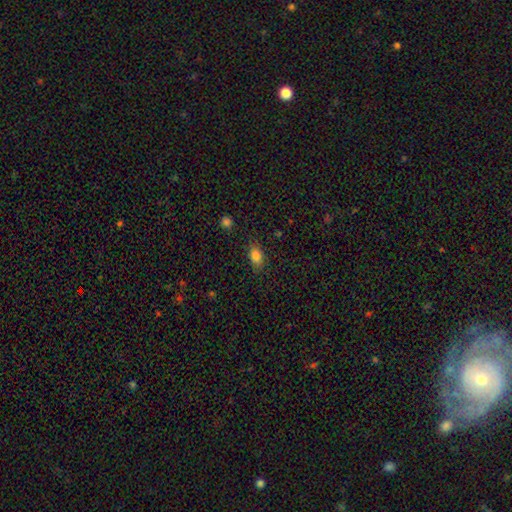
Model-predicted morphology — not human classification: A smooth galaxy with no disk features (83%) that is in between round and cigar-shaped (86%). Merging: none (82%).